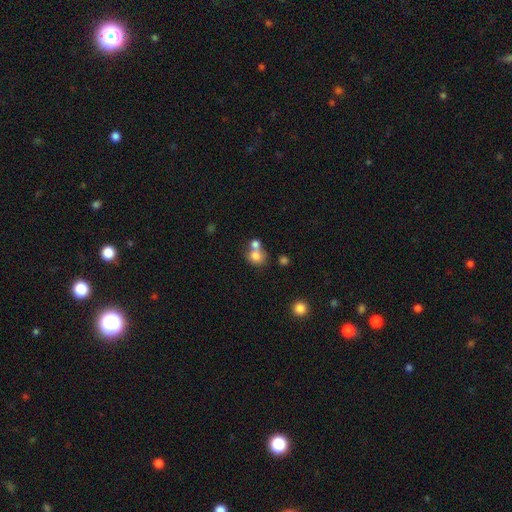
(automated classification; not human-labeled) A smooth galaxy with no disk features (76%) that is round (71%).

Vote fractions:
- Smooth or featured? smooth: 76% / featured or disk: 13% / star or artifact: 11%
- How rounded? round: 71% / in between: 28% / cigar-shaped: 1%
- Merging? merger: 52% / none: 36% / minor disturbance: 8% / major disturbance: 4%